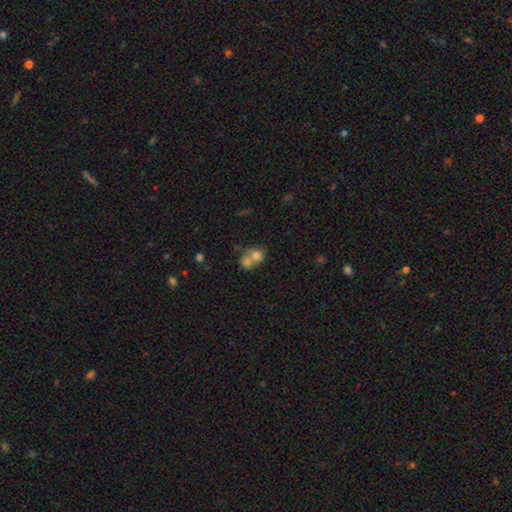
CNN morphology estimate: smooth 73%, featured or disk 16%, star or artifact 11%. Down the decision tree: how rounded — round (63%); merging — merger (66%).